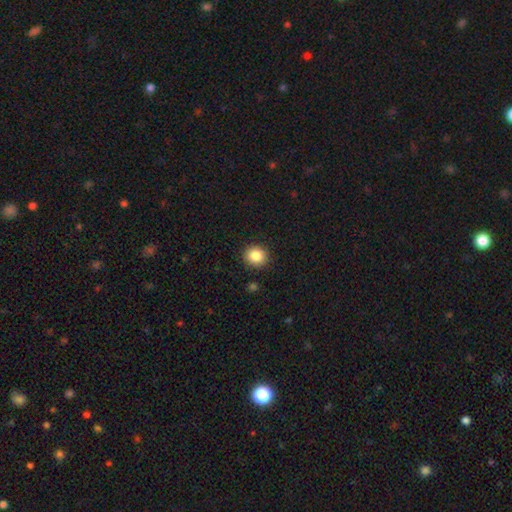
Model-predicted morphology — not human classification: This is clearly a smooth galaxy (86%). How rounded: clearly round (82%). Merging: clearly none (90%).